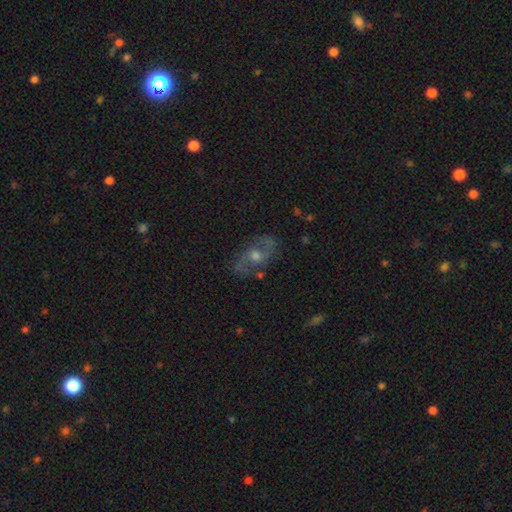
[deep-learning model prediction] This appears to be a featured or disk galaxy (71%) with no bar (63%), 2 (86%) medium (48%) spiral arms (82%) and a moderate central bulge (67%). Merging: none (79%).